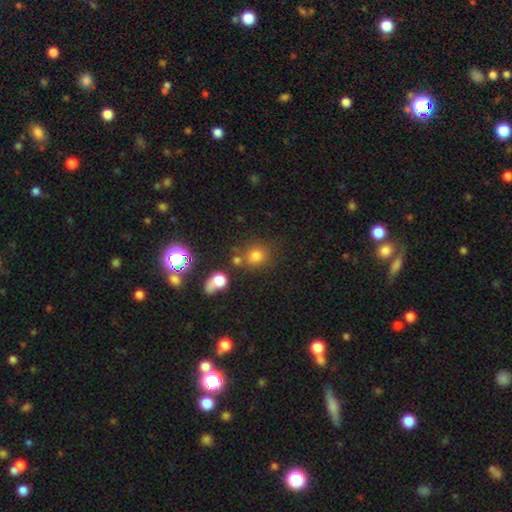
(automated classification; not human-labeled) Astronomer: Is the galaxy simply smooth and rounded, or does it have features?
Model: smooth — 74%.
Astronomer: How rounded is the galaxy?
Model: round — 78%.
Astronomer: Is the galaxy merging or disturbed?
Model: none — 63%.